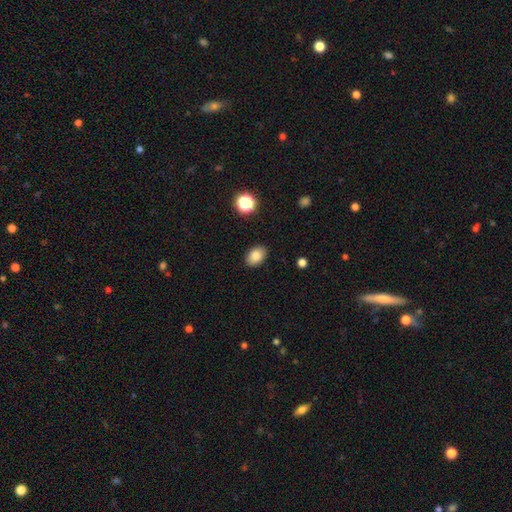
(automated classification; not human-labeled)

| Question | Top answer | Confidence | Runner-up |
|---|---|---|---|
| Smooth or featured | smooth | 83% | star or artifact (9%) |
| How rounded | in between | 82% | round (16%) |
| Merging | none | 88% | minor disturbance (8%) |